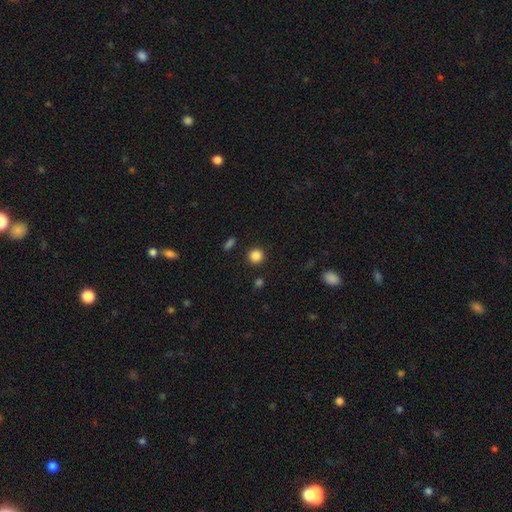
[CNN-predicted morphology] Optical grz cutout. It shows a smooth galaxy with no disk features (86%) that is round (93%). Merging: none (90%).